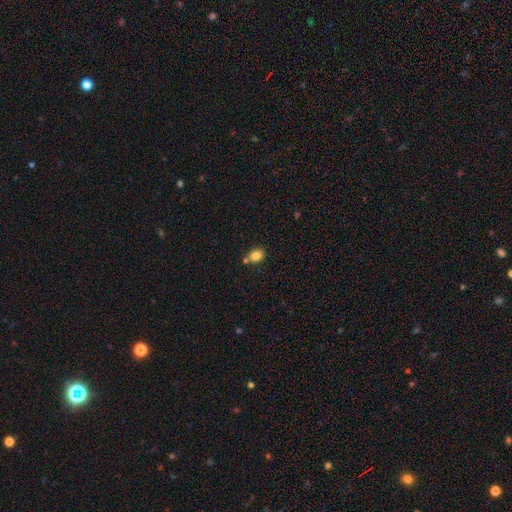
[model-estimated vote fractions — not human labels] smooth 83%, star or artifact 10%, featured or disk 7%. Down the decision tree: how rounded — in between (60%); merging — none (65%).